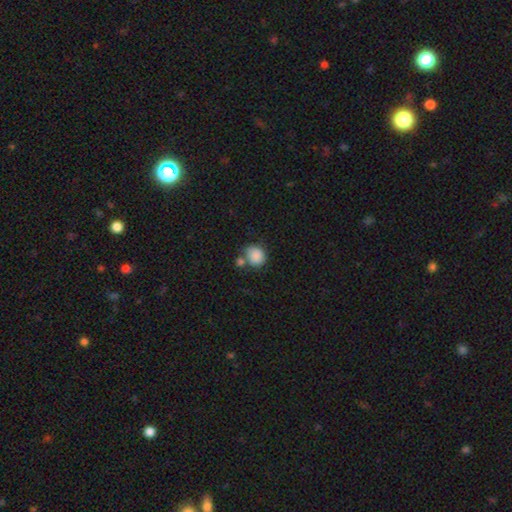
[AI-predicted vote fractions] Smooth or featured? Predicted: smooth (p=0.86). How rounded? Predicted: round (p=0.70). Merging? Predicted: none (p=0.53).